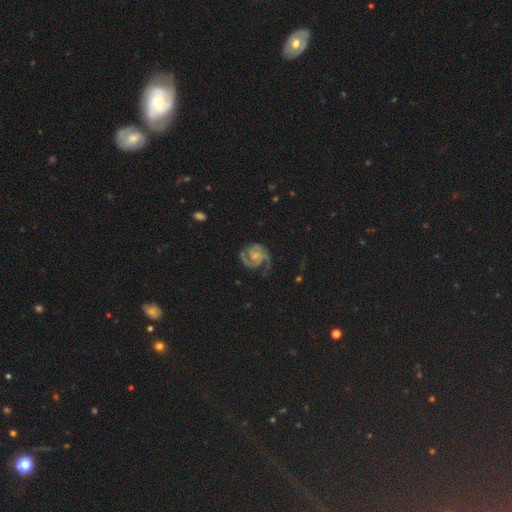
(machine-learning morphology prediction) Overall: featured or disk (88%). Edge-on disk: no (98%). Bar: no (63%; weak 31%). Spiral arms: yes (97%). Spiral arm count: 2 (61%; 3 21%). Spiral winding: medium (50%; tight 39%). Bulge size: small (59%; moderate 27%). Merging: none (64%).